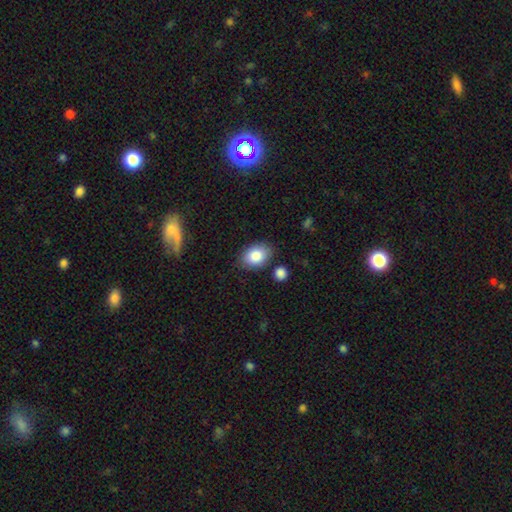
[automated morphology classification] Smooth or featured? Predicted: smooth (p=0.84). How rounded? Predicted: in between (p=0.80). Merging? Predicted: none (p=0.80).